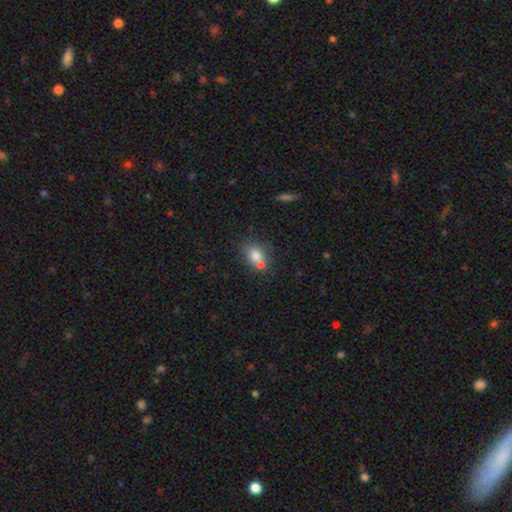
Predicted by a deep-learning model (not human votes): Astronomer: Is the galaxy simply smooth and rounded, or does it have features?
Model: smooth — 76%.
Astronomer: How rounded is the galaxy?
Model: round — 52% (runner-up: in between, 47%).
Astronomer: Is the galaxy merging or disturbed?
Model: merger — 43% (runner-up: none, 42%).